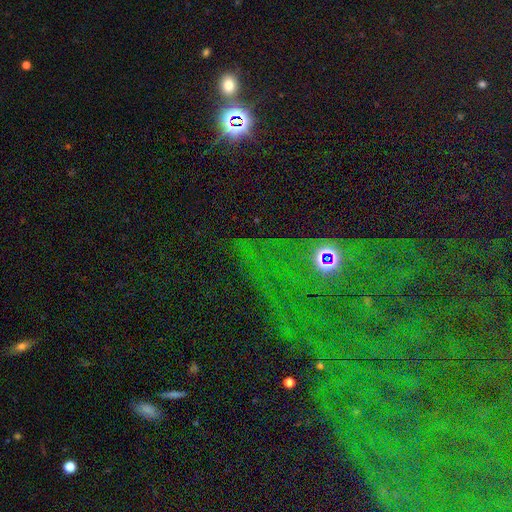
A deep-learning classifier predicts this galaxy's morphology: Smooth or featured? Predicted: star or artifact (p=0.75).